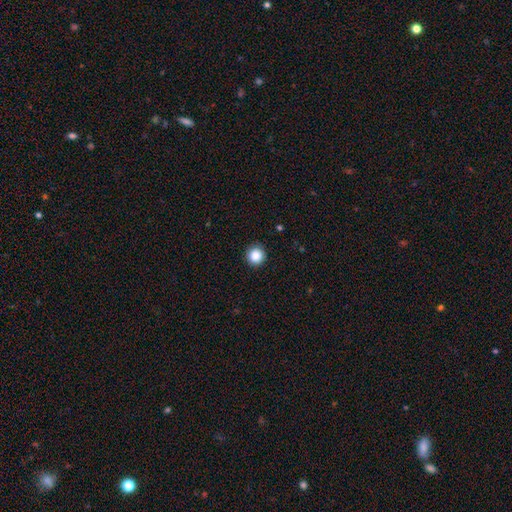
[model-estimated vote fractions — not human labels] smooth 88%, star or artifact 9%, featured or disk 3%. Down the decision tree: how rounded — round (94%); merging — none (91%).